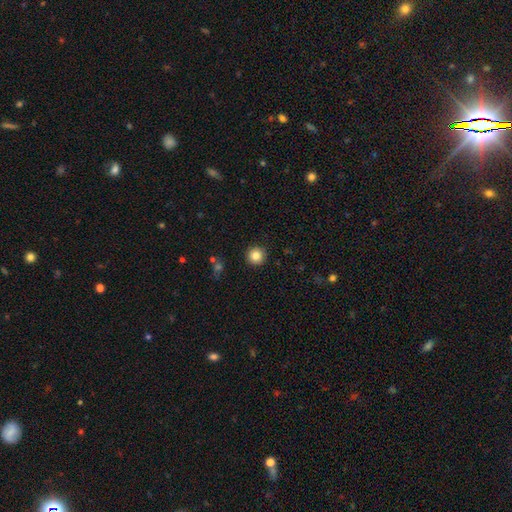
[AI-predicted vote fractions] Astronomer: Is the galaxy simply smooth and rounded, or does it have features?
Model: smooth — 84%.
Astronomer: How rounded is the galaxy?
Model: round — 96%.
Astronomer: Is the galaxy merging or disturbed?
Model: none — 92%.